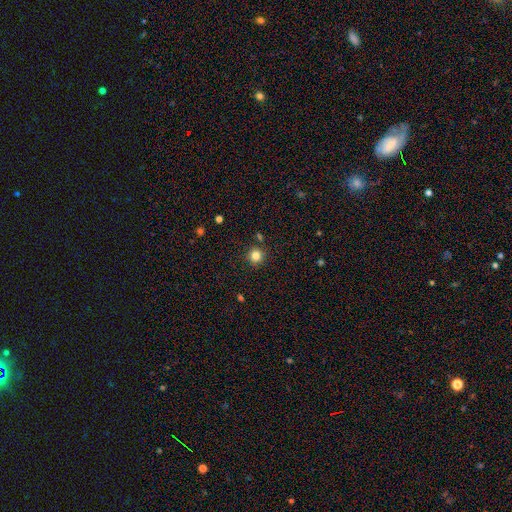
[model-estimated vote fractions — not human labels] A smooth galaxy with no disk features (82%) that is round (94%). Merging: none (88%).